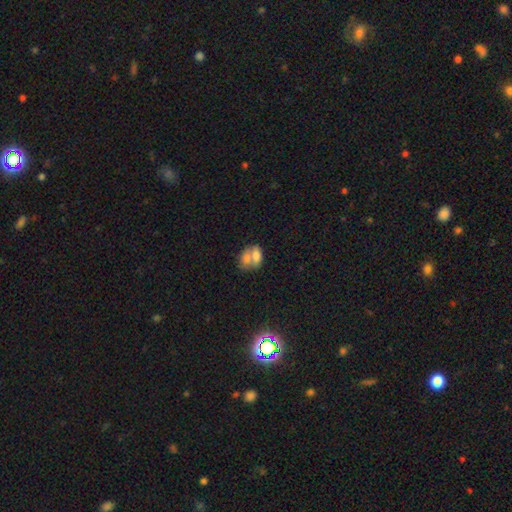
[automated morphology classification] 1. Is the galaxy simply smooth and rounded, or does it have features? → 70% smooth, 21% featured or disk, 8% star or artifact.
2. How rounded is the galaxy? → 81% in between, 17% round, 2% cigar-shaped.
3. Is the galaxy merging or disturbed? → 67% merger, 20% none, 8% minor disturbance, 5% major disturbance.